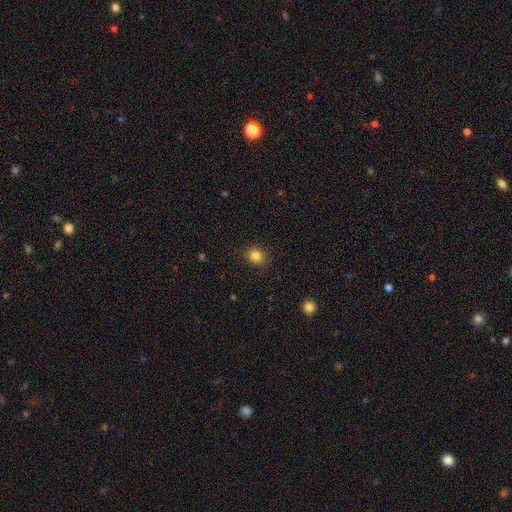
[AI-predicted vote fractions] smooth 84%, star or artifact 12%, featured or disk 5%. Down the decision tree: how rounded — round (71%); merging — none (89%).